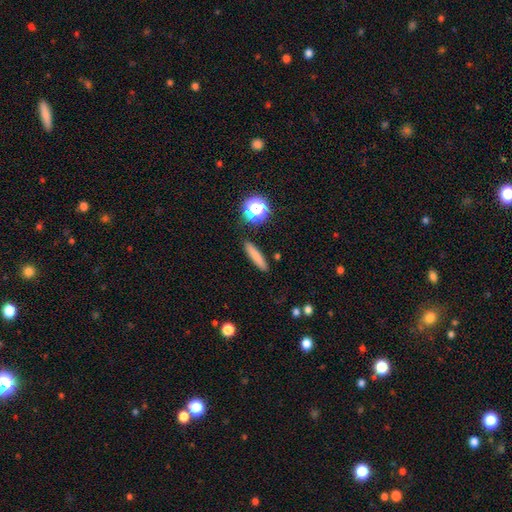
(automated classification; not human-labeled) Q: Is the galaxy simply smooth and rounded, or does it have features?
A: smooth — 78%.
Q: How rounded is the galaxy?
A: cigar-shaped — 85%.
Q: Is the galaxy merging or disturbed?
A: none — 89%.